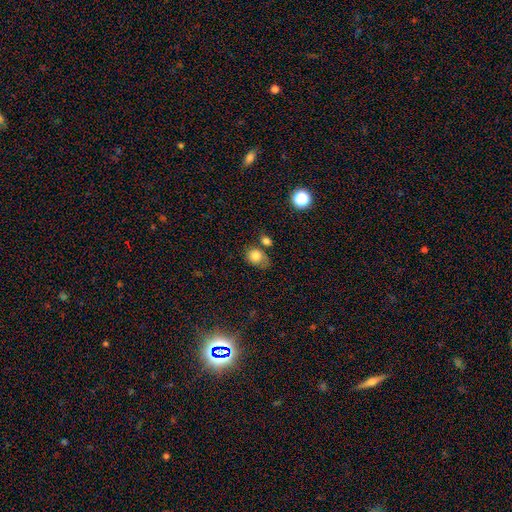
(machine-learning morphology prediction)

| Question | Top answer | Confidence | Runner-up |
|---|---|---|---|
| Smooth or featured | smooth | 77% | featured or disk (13%) |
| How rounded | in between | 50% | round (49%) |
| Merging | none | 44% | minor disturbance (26%) |